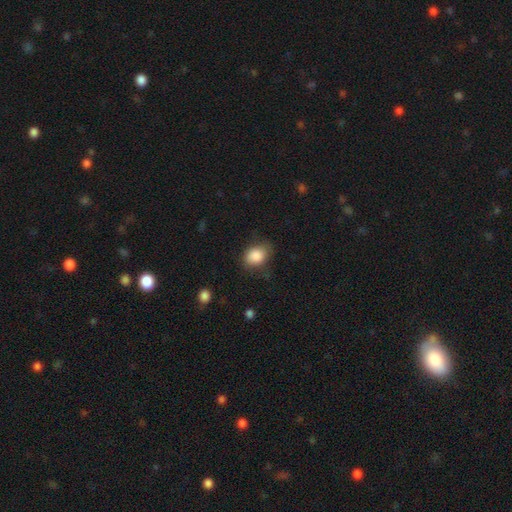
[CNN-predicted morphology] This is clearly a smooth galaxy (86%). How rounded: likely in between (65%). Merging: likely none (68%).